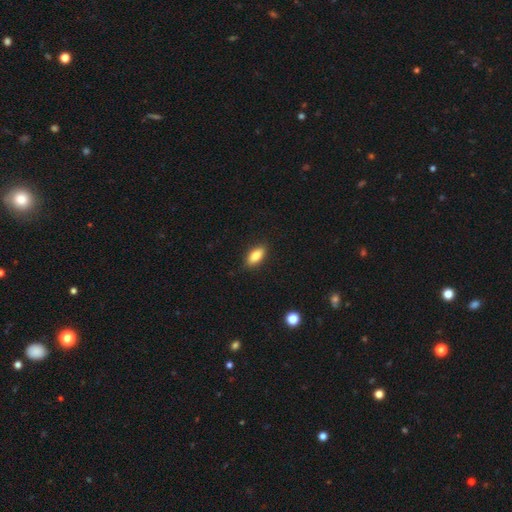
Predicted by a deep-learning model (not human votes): smooth-or-featured: smooth: 82% | featured or disk: 11% | star or artifact: 7%
  how-rounded: in between: 86% | cigar-shaped: 11% | round: 3%
  merging: none: 88% | minor disturbance: 9% | major disturbance: 2% | merger: 1%